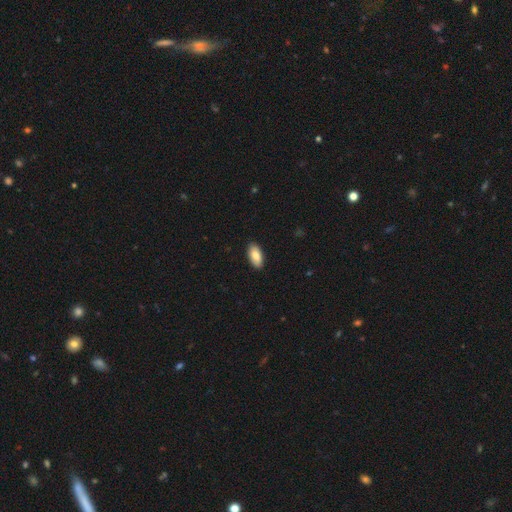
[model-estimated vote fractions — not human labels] A smooth galaxy with no disk features (85%) that is in between round and cigar-shaped (92%).

Vote fractions:
- Smooth or featured? smooth: 85% / featured or disk: 9% / star or artifact: 6%
- How rounded? in between: 92% / cigar-shaped: 6% / round: 2%
- Merging? none: 89% / minor disturbance: 8% / major disturbance: 2% / merger: 1%